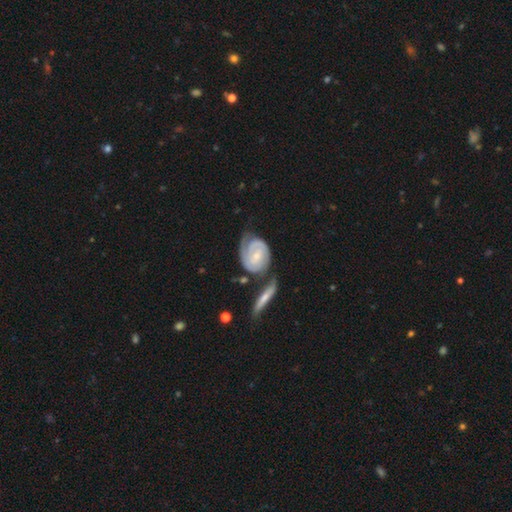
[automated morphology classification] Smooth or featured: featured or disk — 83% (smooth — 13%)
Edge-on disk: no — 96% (yes — 4%)
Bar: no — 54% (weak — 36%)
Spiral arms: yes — 96% (no — 4%)
Spiral winding: tight — 66% (medium — 27%)
Spiral arm count: 2 — 67% (can't tell — 14%)
Bulge size: small — 66% (moderate — 27%)
Merging: none — 49% (merger — 21%)